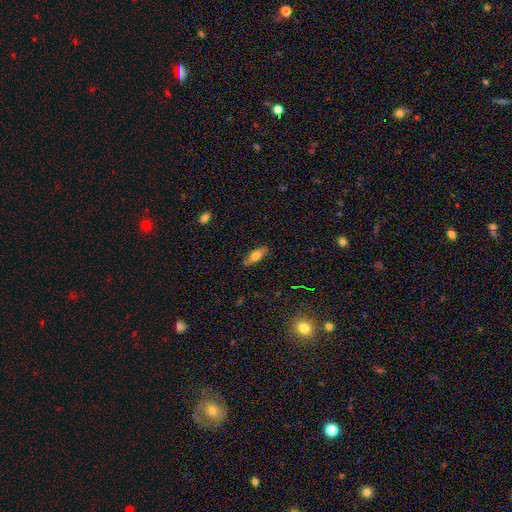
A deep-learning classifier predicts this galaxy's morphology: The model was most divided on "how rounded": in between: 56%, cigar-shaped: 41%, round: 3%. More confident: merging — none (84%); smooth or featured — smooth (66%).